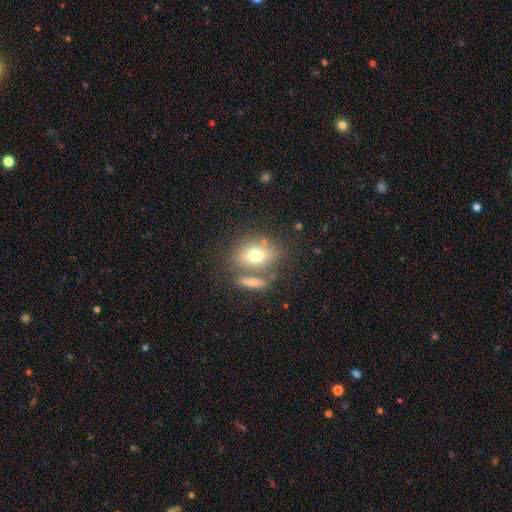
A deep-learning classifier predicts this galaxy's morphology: Q: Smooth or featured?
A: smooth (71%); runner-up: featured or disk (19%)
Q: How rounded?
A: in between (61%); runner-up: round (36%)
Q: Merging?
A: none (55%); runner-up: merger (28%)